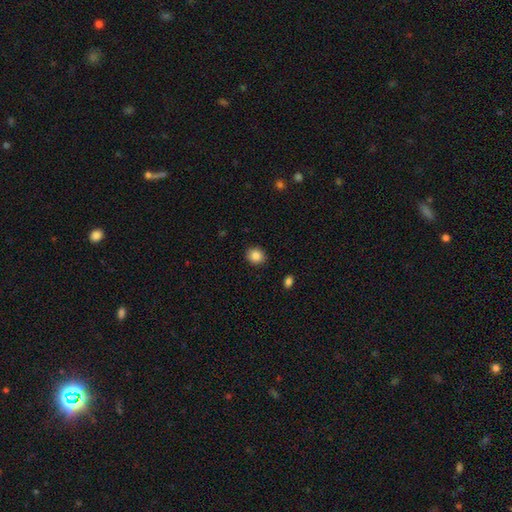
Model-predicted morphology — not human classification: smooth-or-featured: smooth: 85% | star or artifact: 9% | featured or disk: 6%
  how-rounded: round: 75% | in between: 24% | cigar-shaped: 1%
  merging: none: 90% | minor disturbance: 7% | major disturbance: 2% | merger: 1%